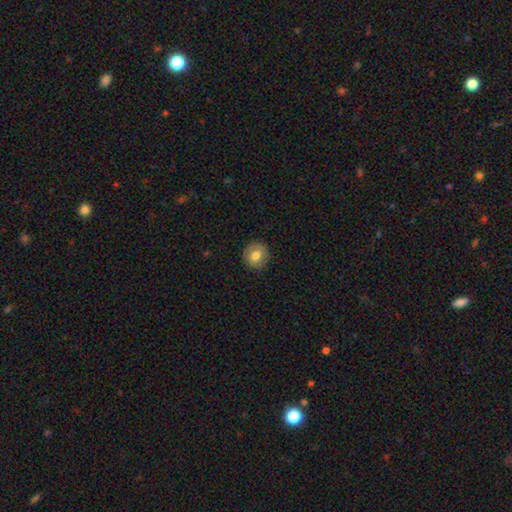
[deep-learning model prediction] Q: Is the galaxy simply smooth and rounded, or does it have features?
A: smooth — 72%.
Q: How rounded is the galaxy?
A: round — 90%.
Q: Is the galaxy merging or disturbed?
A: none — 89%.